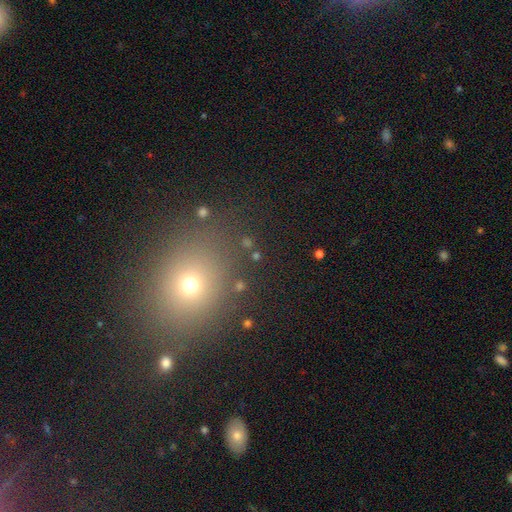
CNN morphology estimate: Smooth or featured? smooth (56%)
How rounded? round (70%)
Merging? none (81%)